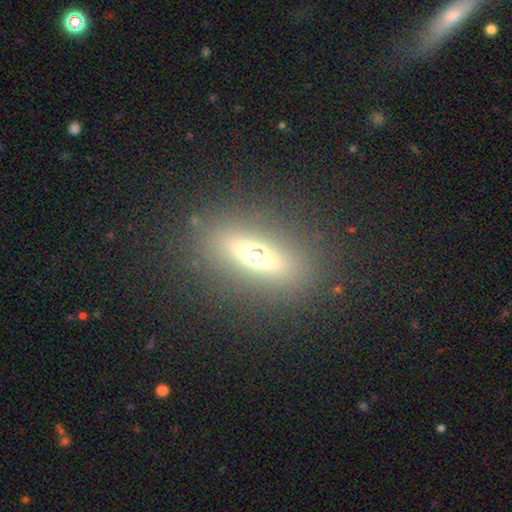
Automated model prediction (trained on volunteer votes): Smooth or featured? Predicted: smooth (p=0.46). Merging? Predicted: none (p=0.85).